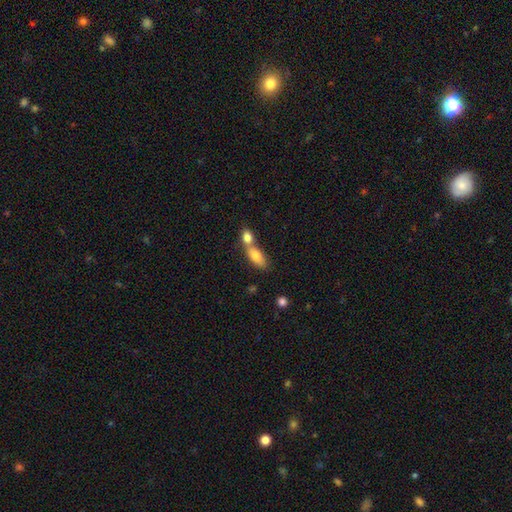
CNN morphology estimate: This appears to be a smooth galaxy with no disk features (80%) that is in between round and cigar-shaped (83%). Merging: merger (61%).